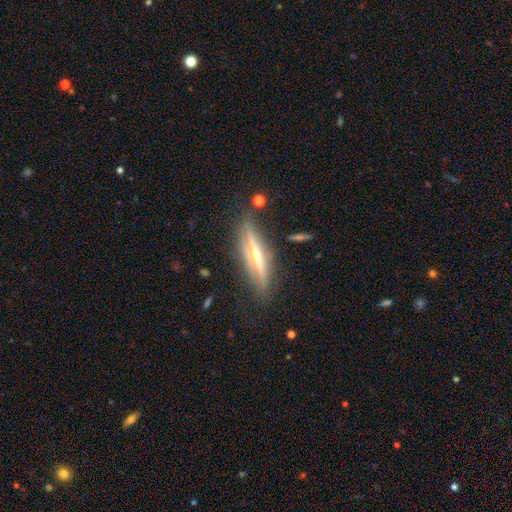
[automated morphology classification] A featured or disk galaxy (77%) viewed edge-on (94%) with a rounded central bulge (85%). Merging: none (82%).